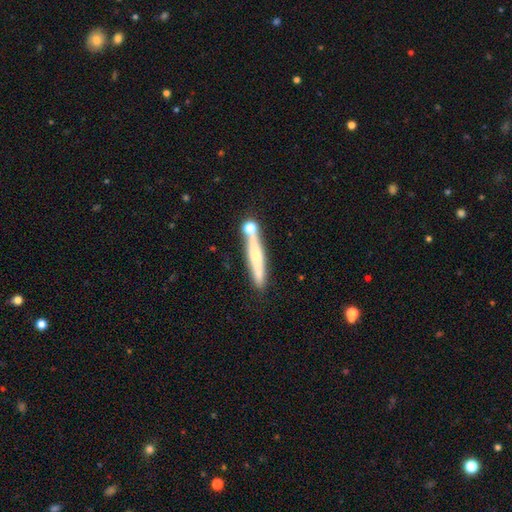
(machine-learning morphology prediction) Smooth or featured: featured or disk — 48% (smooth — 44%)
Merging: none — 71% (merger — 14%)